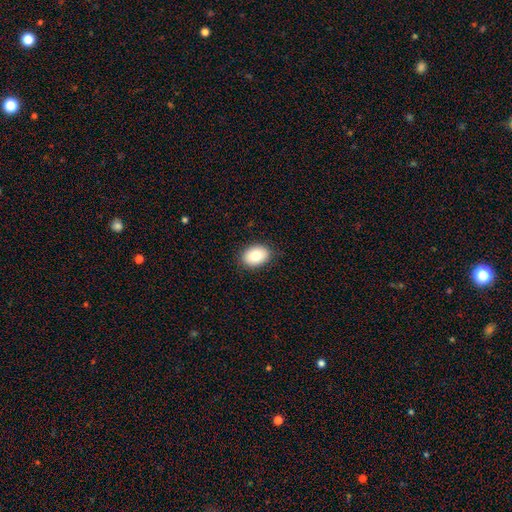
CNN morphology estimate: smooth-or-featured: smooth: 82% | featured or disk: 10% | star or artifact: 8%
  how-rounded: in between: 76% | round: 23% | cigar-shaped: 1%
  merging: none: 88% | minor disturbance: 9% | major disturbance: 2% | merger: 1%